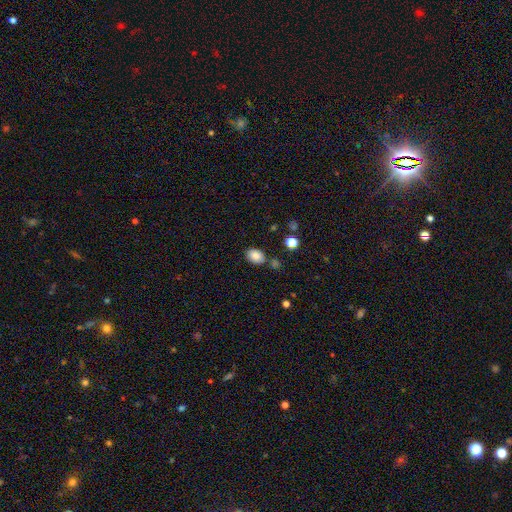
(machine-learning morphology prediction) Q: Smooth or featured?
A: smooth (85%); runner-up: star or artifact (9%)
Q: How rounded?
A: in between (78%); runner-up: round (21%)
Q: Merging?
A: none (74%); runner-up: minor disturbance (13%)